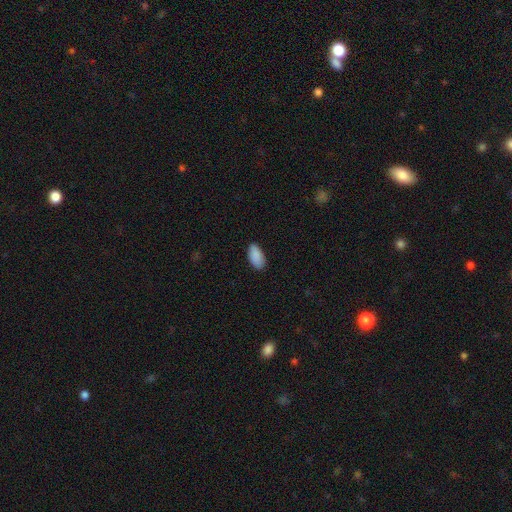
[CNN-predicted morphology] The model was most divided on "merging": none: 85%, minor disturbance: 12%, major disturbance: 2%, merger: 1%. More confident: how rounded — in between (94%); smooth or featured — smooth (90%).